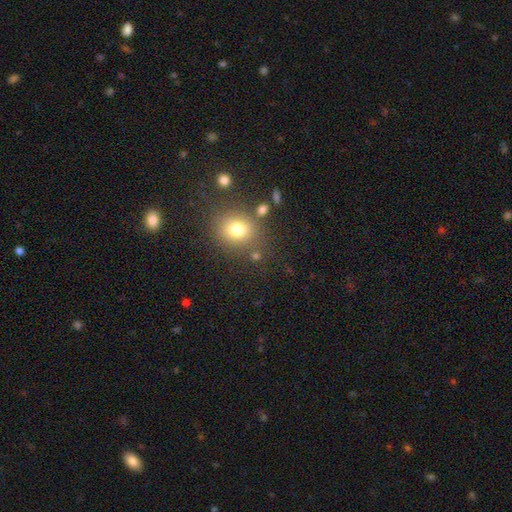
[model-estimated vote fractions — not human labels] This appears to be a smooth galaxy with no disk features (69%) that is round (71%). Merging: none (78%).